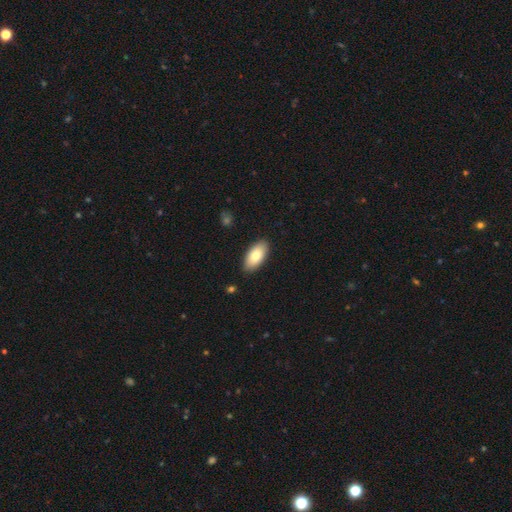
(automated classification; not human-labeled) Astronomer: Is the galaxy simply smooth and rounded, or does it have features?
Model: smooth — 77%.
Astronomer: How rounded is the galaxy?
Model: in between — 93%.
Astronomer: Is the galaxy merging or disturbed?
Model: none — 89%.